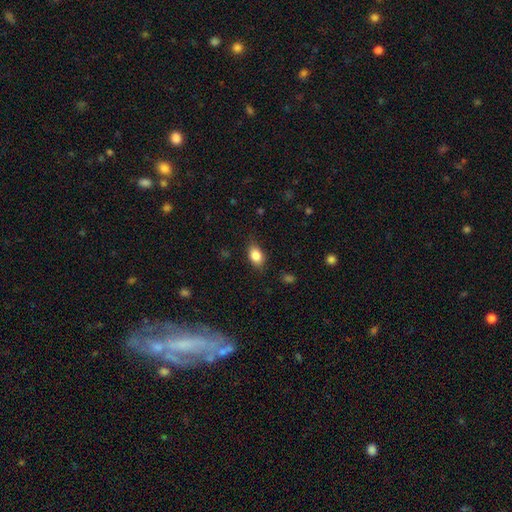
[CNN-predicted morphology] This is clearly a smooth galaxy (85%). How rounded: clearly in between (83%). Merging: clearly none (82%).